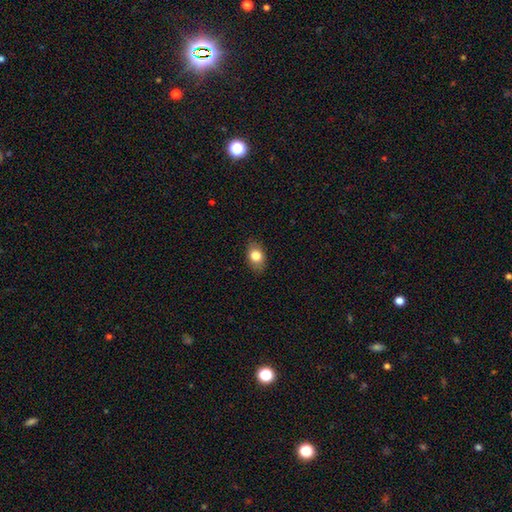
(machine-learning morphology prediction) The model was most divided on "how rounded": in between: 78%, round: 20%, cigar-shaped: 2%. More confident: merging — none (85%); smooth or featured — smooth (80%).